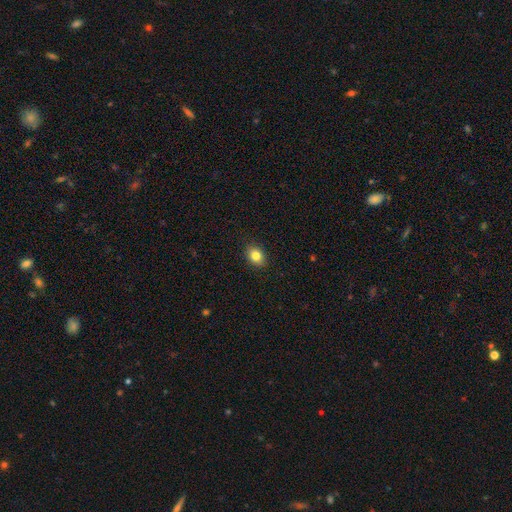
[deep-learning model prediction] Overall: smooth (83%). How rounded: in between (63%; round 36%). Merging: none (90%).